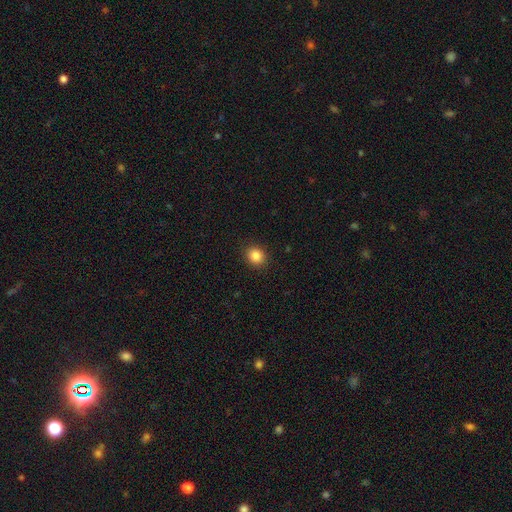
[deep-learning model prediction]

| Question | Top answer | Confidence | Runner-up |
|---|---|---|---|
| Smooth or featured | smooth | 85% | star or artifact (10%) |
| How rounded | round | 73% | in between (26%) |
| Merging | none | 90% | minor disturbance (6%) |